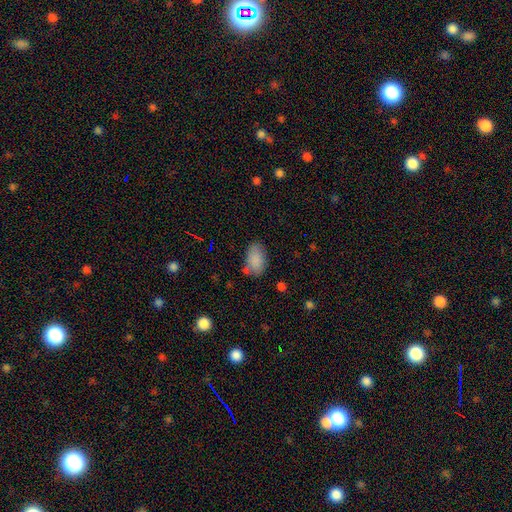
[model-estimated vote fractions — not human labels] A smooth galaxy with no disk features (85%) that is in between round and cigar-shaped (92%). Merging: none (72%).